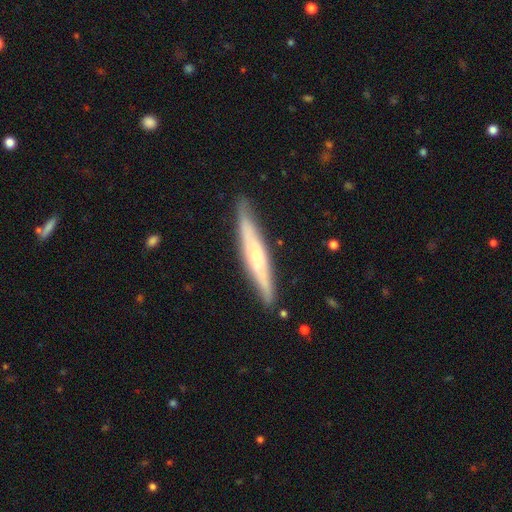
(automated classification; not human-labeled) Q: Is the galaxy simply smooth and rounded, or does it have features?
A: featured or disk — 63%.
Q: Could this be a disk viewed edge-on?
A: yes — 86%.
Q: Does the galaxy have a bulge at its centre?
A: rounded — 70%.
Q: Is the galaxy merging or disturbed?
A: none — 86%.